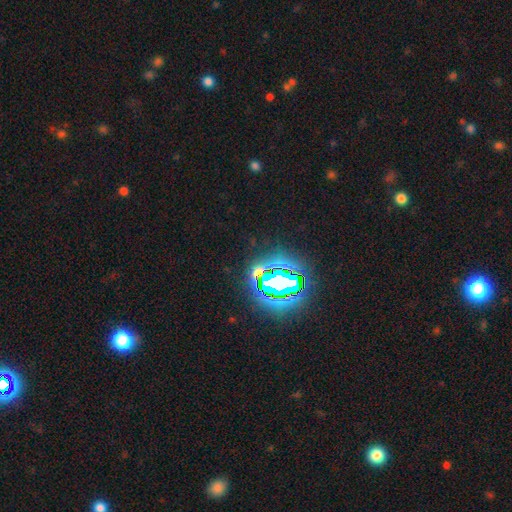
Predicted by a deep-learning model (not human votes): The model was most divided on "smooth or featured": star or artifact: 82%, smooth: 11%, featured or disk: 6%.